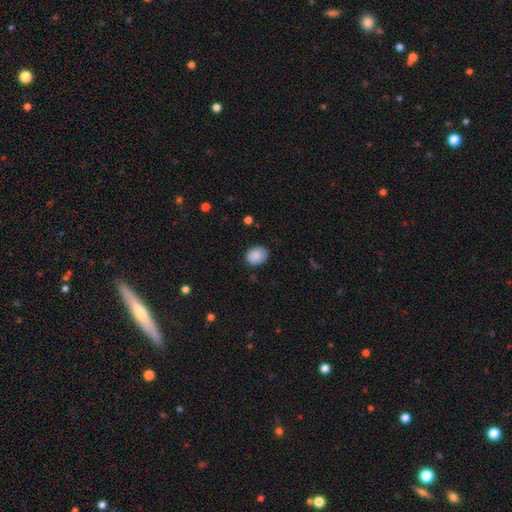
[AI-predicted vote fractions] The model was most divided on "how rounded": in between: 50%, round: 49%, cigar-shaped: 1%. More confident: smooth or featured — smooth (88%); merging — none (85%).